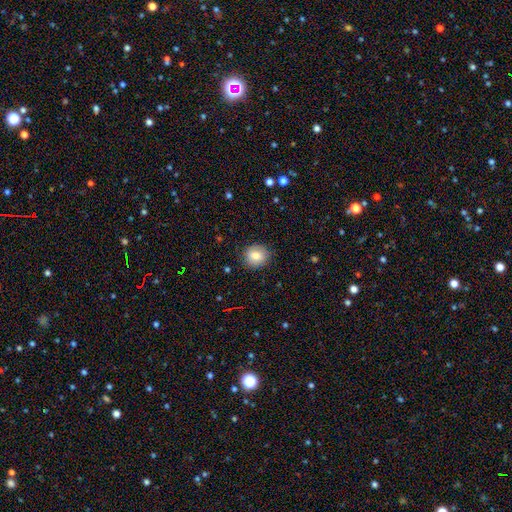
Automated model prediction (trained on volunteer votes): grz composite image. It shows a smooth galaxy with no disk features (79%) that is round (83%). Merging: none (87%).